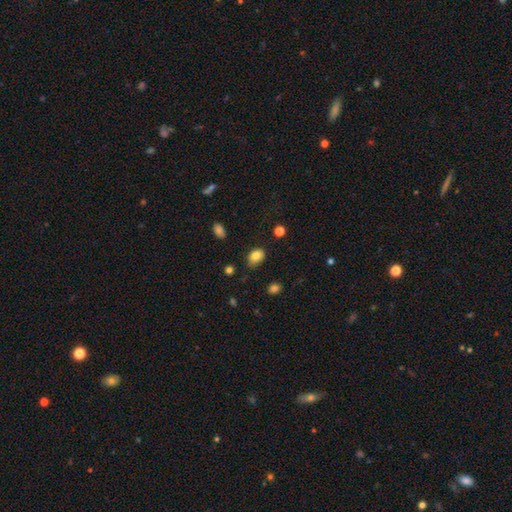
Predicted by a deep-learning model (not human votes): Morphology: type=smooth (82%); roundness=in between (79%); merging=none (70%).